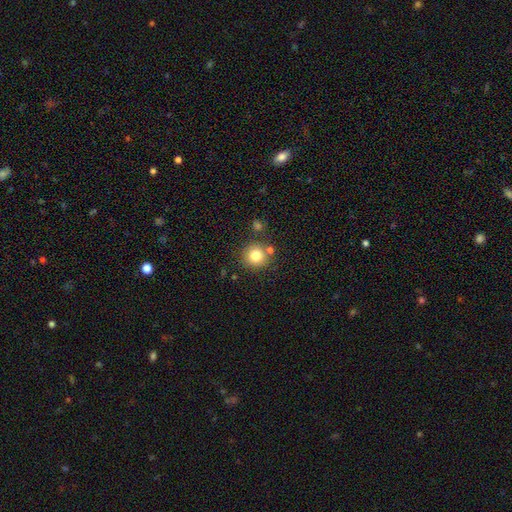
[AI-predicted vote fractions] A smooth galaxy with no disk features (79%) that is round (93%). Merging: none (79%).